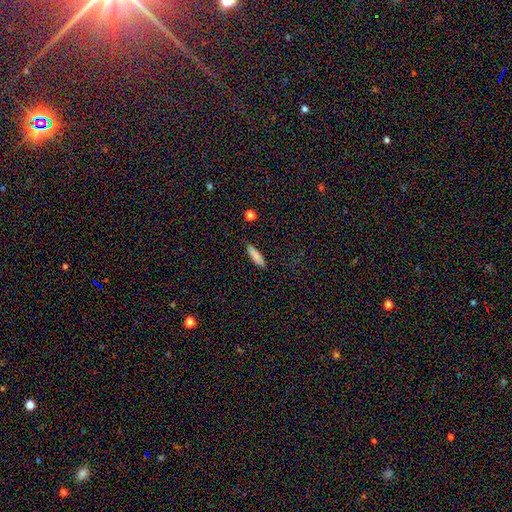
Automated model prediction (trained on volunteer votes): A smooth galaxy with no disk features (86%) that is cigar-shaped (62%). Merging: none (88%).